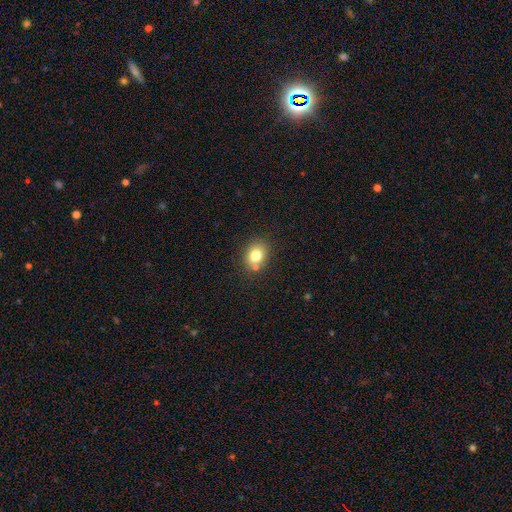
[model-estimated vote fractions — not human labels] smooth_or_featured: smooth (p=0.78) [alt: star or artifact p=0.11]
how_rounded: round (p=0.55) [alt: in between p=0.45]
merging: none (p=0.71) [alt: minor disturbance p=0.13]